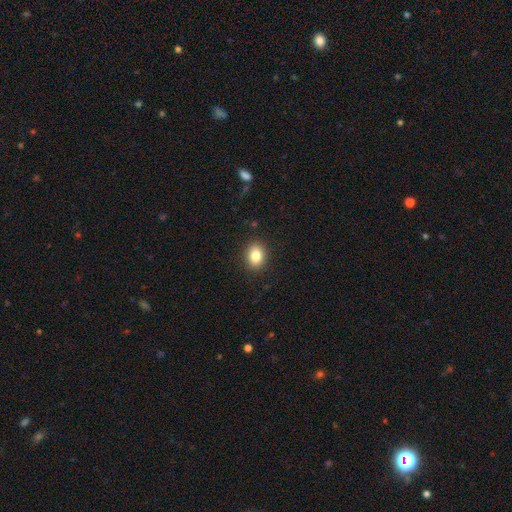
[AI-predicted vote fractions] The model was most divided on "how rounded": in between: 61%, round: 38%, cigar-shaped: 1%. More confident: merging — none (89%); smooth or featured — smooth (83%).